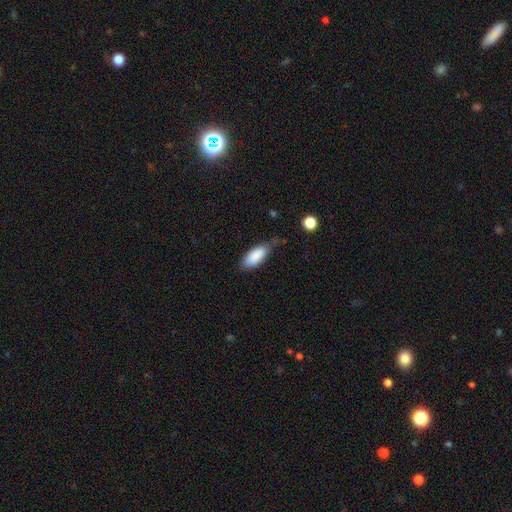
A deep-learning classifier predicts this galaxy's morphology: smooth_or_featured: smooth (p=0.86) [alt: featured or disk p=0.07]
how_rounded: in between (p=0.83) [alt: cigar-shaped p=0.16]
merging: none (p=0.60) [alt: minor disturbance p=0.30]